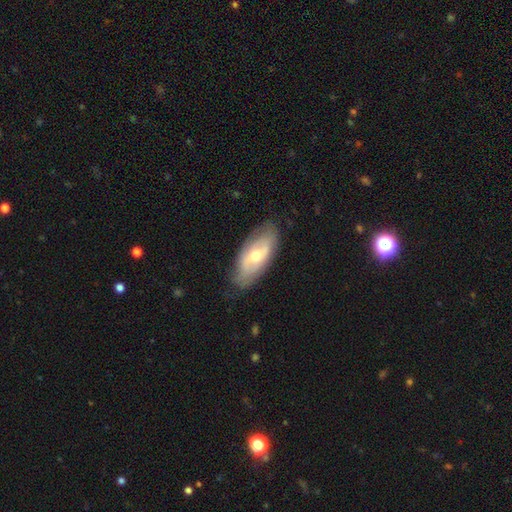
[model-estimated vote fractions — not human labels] smooth-or-featured: featured or disk: 57% | smooth: 37% | star or artifact: 6%
  disk-edge-on: no: 86% | yes: 14%
  merging: none: 76% | minor disturbance: 18% | major disturbance: 5% | merger: 1%